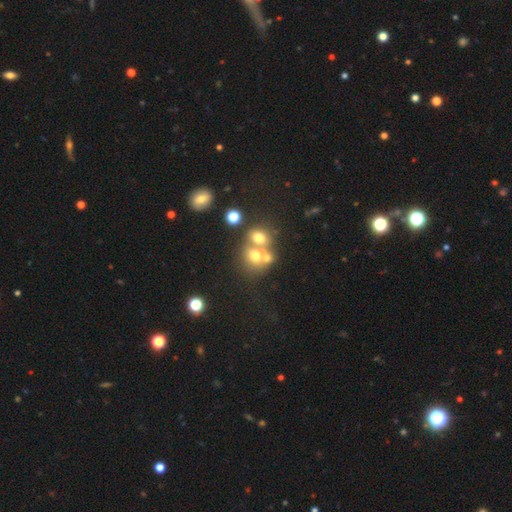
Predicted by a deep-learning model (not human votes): Smooth or featured?
  - smooth: 62% *
  - featured or disk: 21%
  - star or artifact: 18%
How rounded?
  - round: 70% *
  - in between: 29%
  - cigar-shaped: 1%
Merging?
  - merger: 51% *
  - none: 36%
  - minor disturbance: 8%
  - major disturbance: 5%